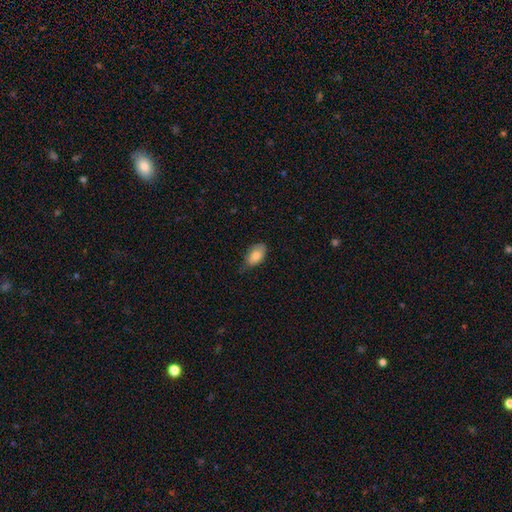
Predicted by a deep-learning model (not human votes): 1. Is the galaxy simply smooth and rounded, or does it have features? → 82% smooth, 11% featured or disk, 7% star or artifact.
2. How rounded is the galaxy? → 92% in between, 6% round, 2% cigar-shaped.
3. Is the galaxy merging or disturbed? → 66% none, 29% minor disturbance, 4% major disturbance, 1% merger.